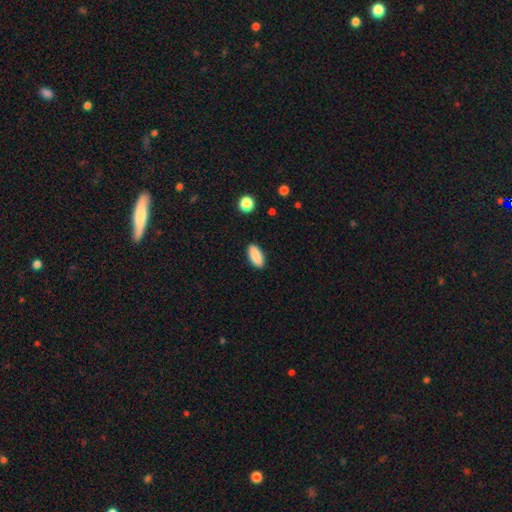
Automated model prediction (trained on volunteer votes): The model was most divided on "how rounded": in between: 83%, cigar-shaped: 15%, round: 2%. More confident: merging — none (89%); smooth or featured — smooth (89%).